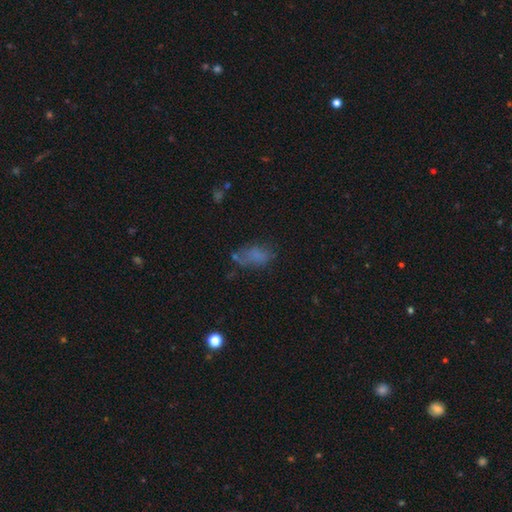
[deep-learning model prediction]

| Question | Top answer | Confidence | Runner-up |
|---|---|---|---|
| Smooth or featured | smooth | 63% | featured or disk (21%) |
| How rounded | in between | 86% | round (9%) |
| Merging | none | 44% | minor disturbance (26%) |